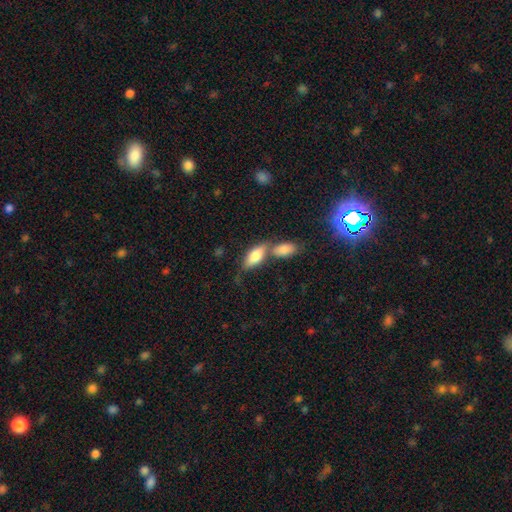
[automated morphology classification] Smooth or featured?
  - smooth: 75% *
  - featured or disk: 18%
  - star or artifact: 7%
How rounded?
  - in between: 82% *
  - cigar-shaped: 15%
  - round: 3%
Merging?
  - merger: 45% *
  - none: 38%
  - minor disturbance: 12%
  - major disturbance: 6%